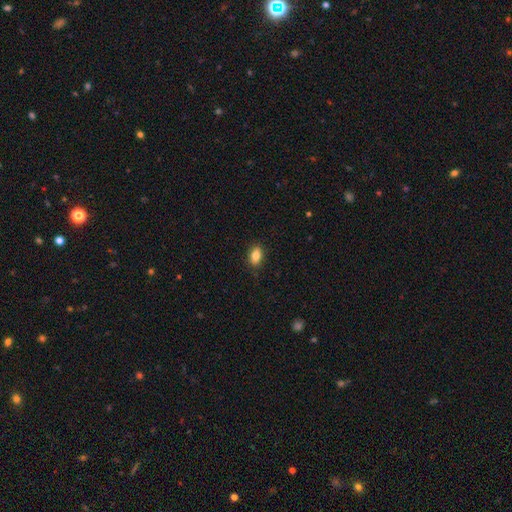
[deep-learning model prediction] The model was most divided on "how rounded": in between: 84%, round: 13%, cigar-shaped: 3%. More confident: merging — none (86%); smooth or featured — smooth (84%).